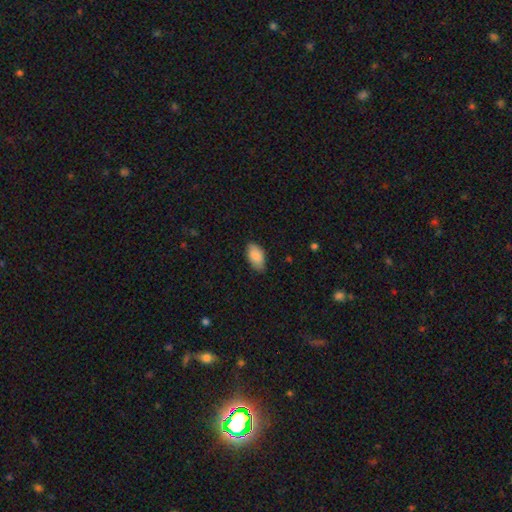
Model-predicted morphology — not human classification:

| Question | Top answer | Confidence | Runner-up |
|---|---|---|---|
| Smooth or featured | smooth | 88% | star or artifact (6%) |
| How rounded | in between | 94% | round (3%) |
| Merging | none | 79% | minor disturbance (17%) |